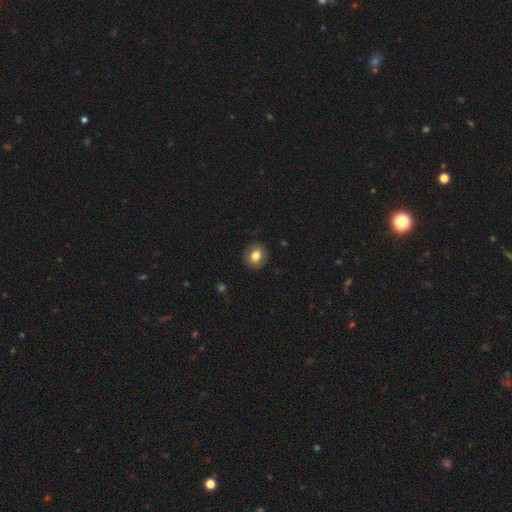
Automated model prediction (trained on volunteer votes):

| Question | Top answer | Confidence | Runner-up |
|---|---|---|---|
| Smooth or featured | smooth | 78% | featured or disk (13%) |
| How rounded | round | 69% | in between (30%) |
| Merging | none | 88% | minor disturbance (9%) |